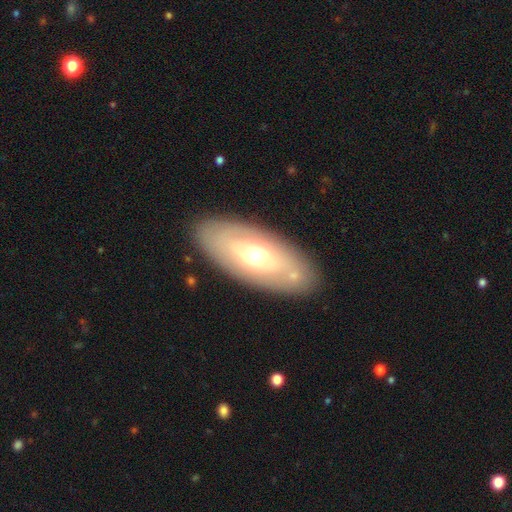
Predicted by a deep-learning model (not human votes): Smooth or featured: featured or disk — 50% (smooth — 44%)
Edge-on disk: no — 80% (yes — 20%)
Merging: none — 84% (minor disturbance — 10%)